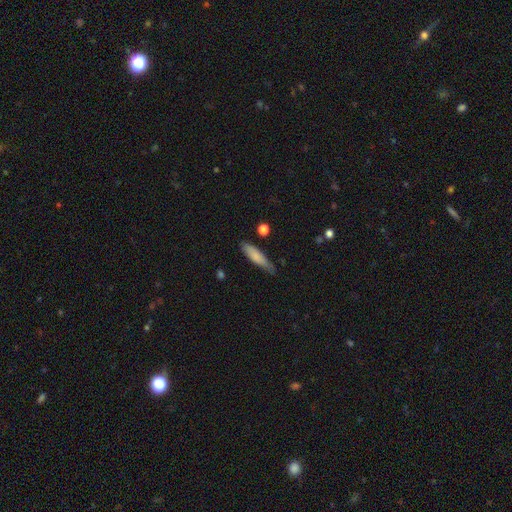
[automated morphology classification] smooth-or-featured: smooth: 78% | featured or disk: 16% | star or artifact: 6%
  how-rounded: cigar-shaped: 70% | in between: 28% | round: 2%
  merging: none: 66% | minor disturbance: 26% | major disturbance: 5% | merger: 2%